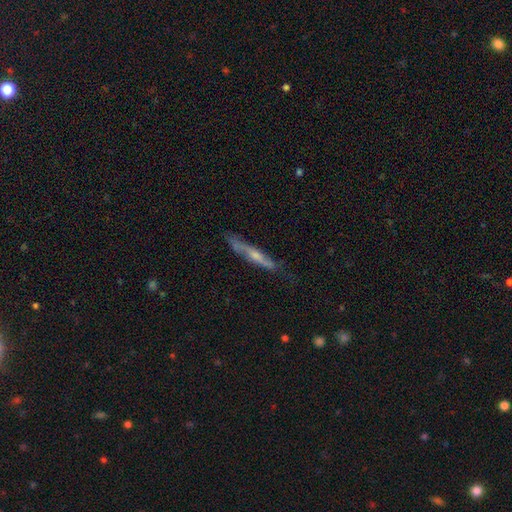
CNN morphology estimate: featured or disk 59%, smooth 35%, star or artifact 6%. Down the decision tree: edge-on disk — yes (77%); merging — none (69%).